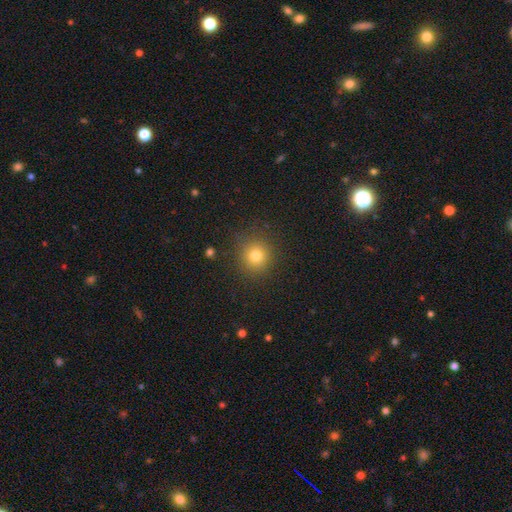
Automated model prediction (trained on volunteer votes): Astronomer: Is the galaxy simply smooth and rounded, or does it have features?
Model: smooth — 78%.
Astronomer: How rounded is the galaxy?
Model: round — 93%.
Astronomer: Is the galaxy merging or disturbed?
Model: none — 88%.